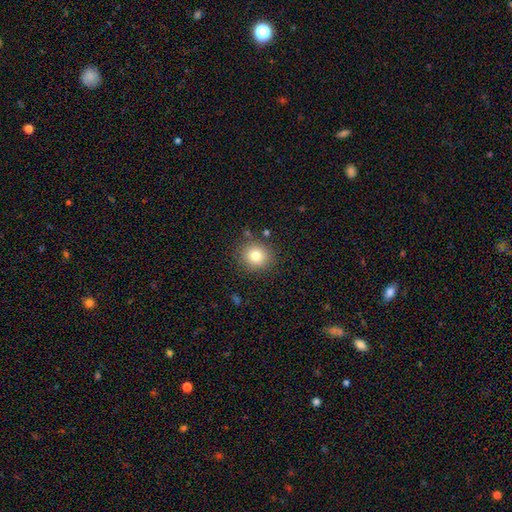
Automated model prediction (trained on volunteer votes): Smooth or featured: smooth — 80% (star or artifact — 12%)
How rounded: round — 86% (in between — 13%)
Merging: none — 85% (minor disturbance — 9%)